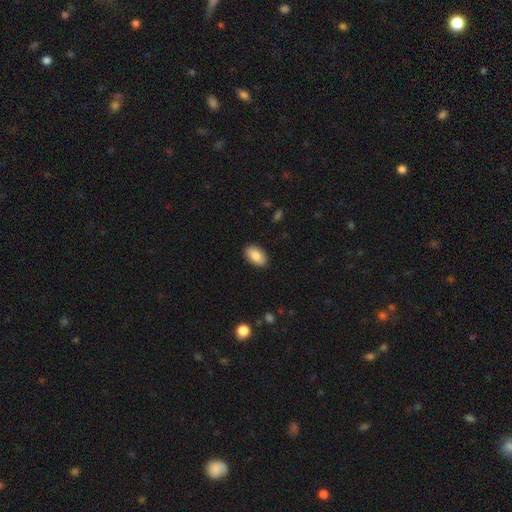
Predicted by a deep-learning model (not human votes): This appears to be a smooth galaxy with no disk features (85%) that is in between round and cigar-shaped (93%). Merging: none (89%).